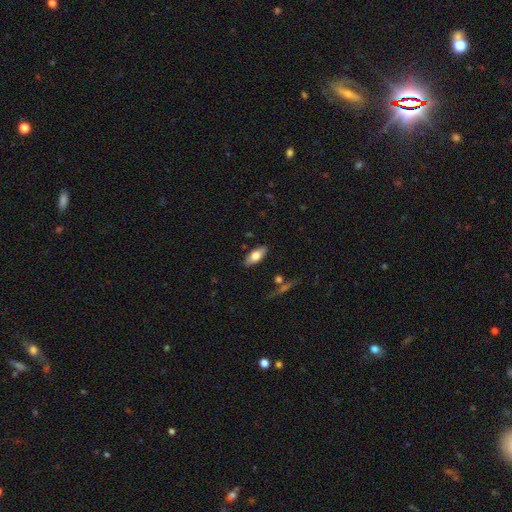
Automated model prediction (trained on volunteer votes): This is likely a smooth galaxy (73%). How rounded: clearly in between (85%). Merging: clearly none (86%).